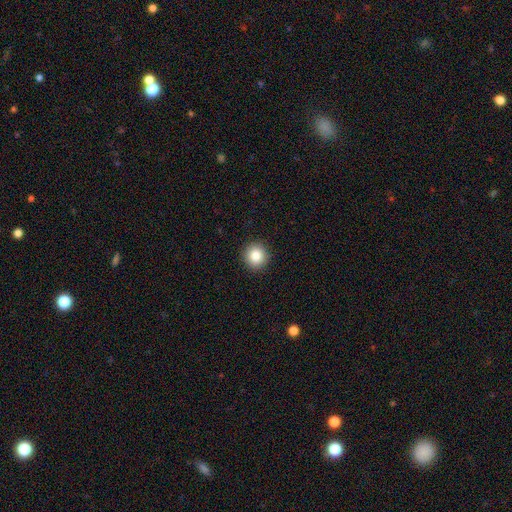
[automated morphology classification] This appears to be a smooth galaxy with no disk features (85%) that is round (94%). Merging: none (92%).